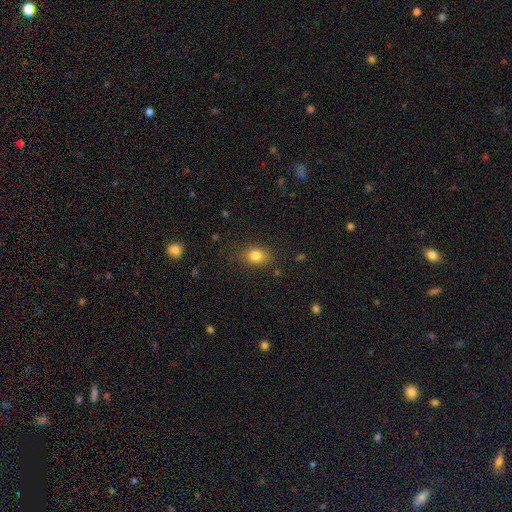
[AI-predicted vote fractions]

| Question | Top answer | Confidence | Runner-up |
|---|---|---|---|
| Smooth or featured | smooth | 81% | star or artifact (11%) |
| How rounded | in between | 67% | round (32%) |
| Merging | none | 80% | minor disturbance (14%) |